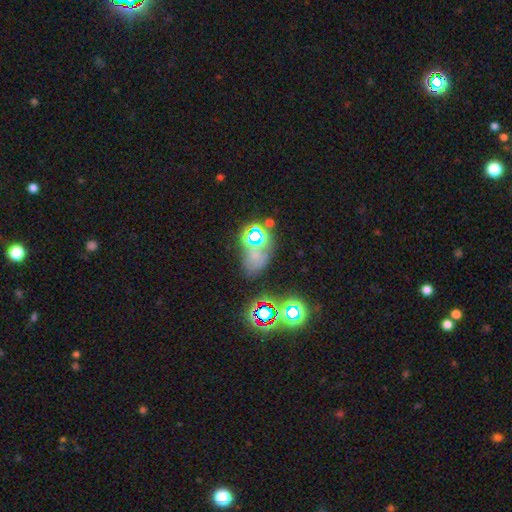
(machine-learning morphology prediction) Q: Smooth or featured?
A: star or artifact (51%); runner-up: smooth (35%)